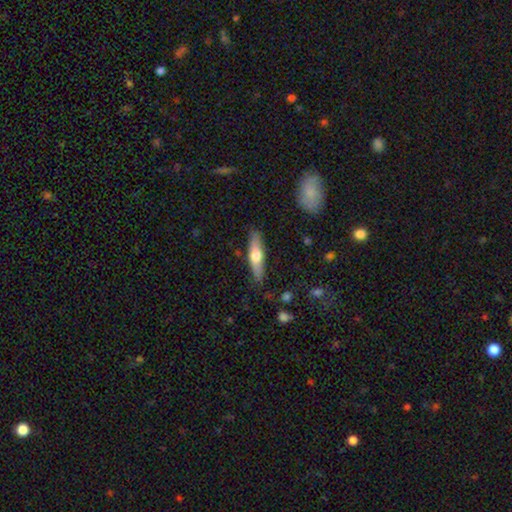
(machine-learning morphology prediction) smooth-or-featured: smooth: 53% | featured or disk: 42% | star or artifact: 6%
  how-rounded: cigar-shaped: 72% | in between: 26% | round: 2%
  merging: none: 85% | minor disturbance: 11% | major disturbance: 2% | merger: 1%